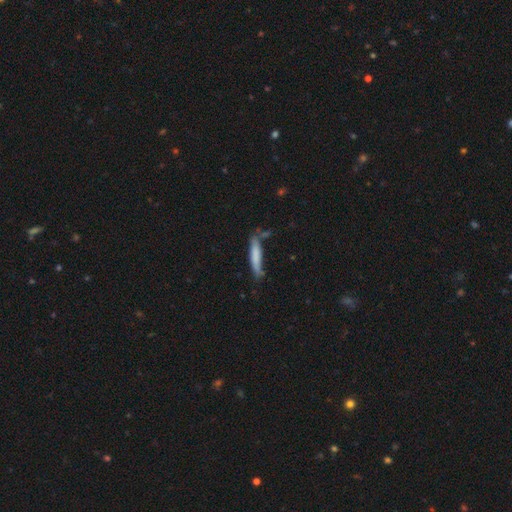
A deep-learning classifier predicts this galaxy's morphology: The model was most divided on "merging": none: 66%, minor disturbance: 22%, merger: 6%, major disturbance: 5%. More confident: how rounded — cigar-shaped (89%); smooth or featured — smooth (73%).